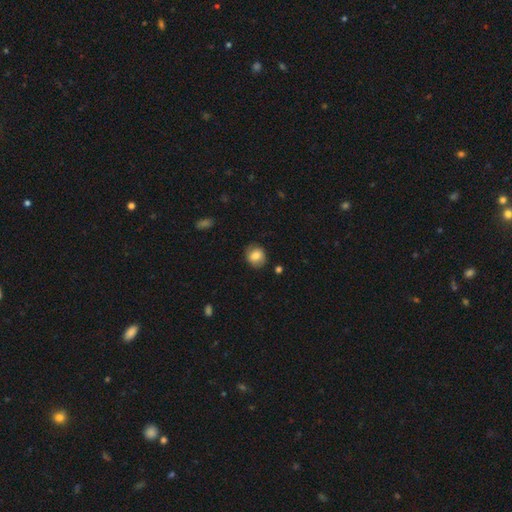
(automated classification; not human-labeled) Q: Smooth or featured?
A: smooth (78%); runner-up: featured or disk (13%)
Q: How rounded?
A: round (79%); runner-up: in between (20%)
Q: Merging?
A: none (82%); runner-up: minor disturbance (13%)